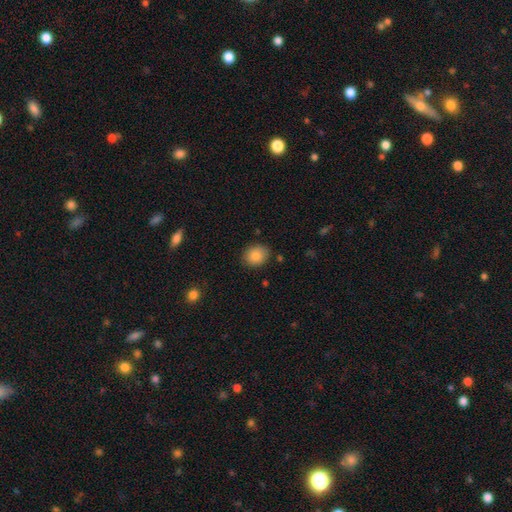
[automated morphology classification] Smooth or featured: smooth — 84% (star or artifact — 9%)
How rounded: round — 58% (in between — 41%)
Merging: none — 85% (minor disturbance — 11%)